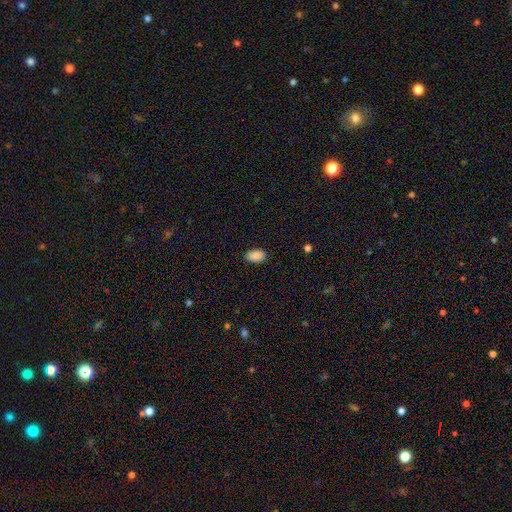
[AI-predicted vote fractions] Overall: smooth (85%). How rounded: in between (91%). Merging: none (86%).